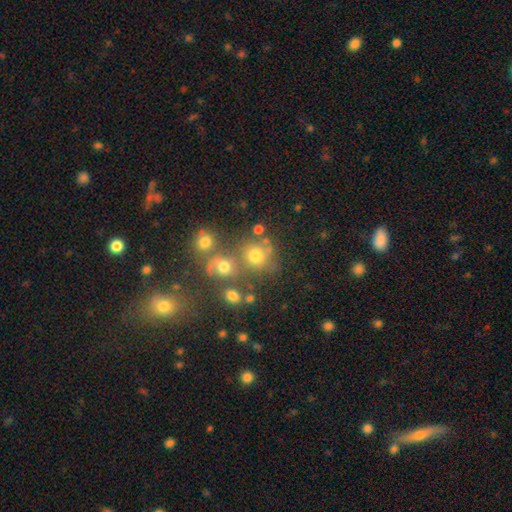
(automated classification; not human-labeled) Morphology: type=smooth (66%); roundness=round (83%); merging=none (60%).